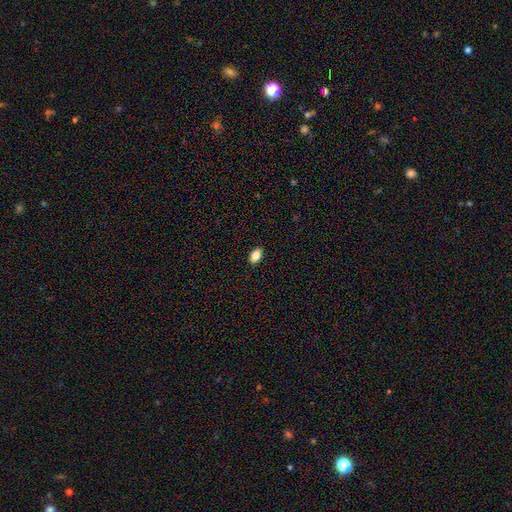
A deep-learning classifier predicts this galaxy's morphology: A smooth galaxy with no disk features (85%) that is in between round and cigar-shaped (89%).

Vote fractions:
- Smooth or featured? smooth: 85% / star or artifact: 9% / featured or disk: 7%
- How rounded? in between: 89% / round: 9% / cigar-shaped: 2%
- Merging? none: 89% / minor disturbance: 8% / major disturbance: 2% / merger: 1%